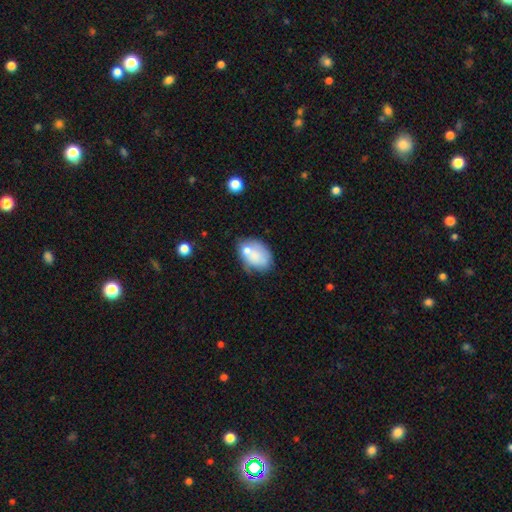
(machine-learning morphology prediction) smooth_or_featured: smooth (p=0.71) [alt: featured or disk p=0.21]
how_rounded: in between (p=0.84) [alt: round p=0.15]
merging: none (p=0.42) [alt: minor disturbance p=0.26]